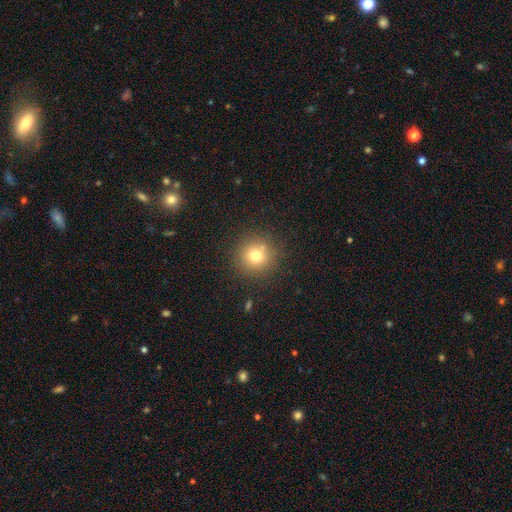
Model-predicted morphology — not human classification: Smooth or featured? smooth (76%)
How rounded? round (93%)
Merging? none (82%)